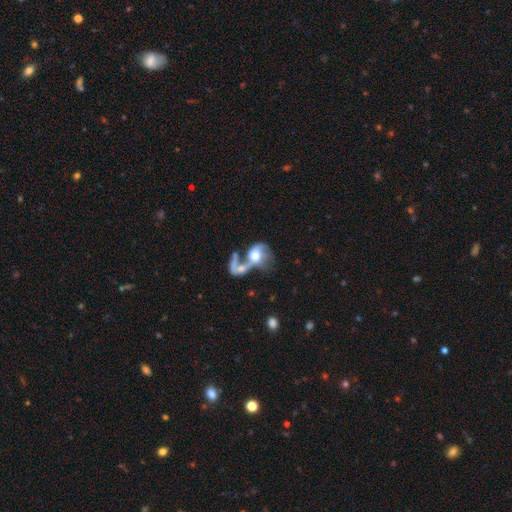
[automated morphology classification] Smooth or featured?
  - featured or disk: 57% *
  - smooth: 35%
  - star or artifact: 8%
Edge-on disk?
  - no: 96% *
  - yes: 4%
Bar?
  - no: 72% *
  - weak: 22%
  - strong: 6%
Spiral arms?
  - yes: 64% *
  - no: 36%
Bulge size?
  - moderate: 51% *
  - large: 32%
  - small: 8%
  - none: 5%
  - dominant: 4%
Merging?
  - merger: 65% *
  - major disturbance: 19%
  - none: 10%
  - minor disturbance: 6%